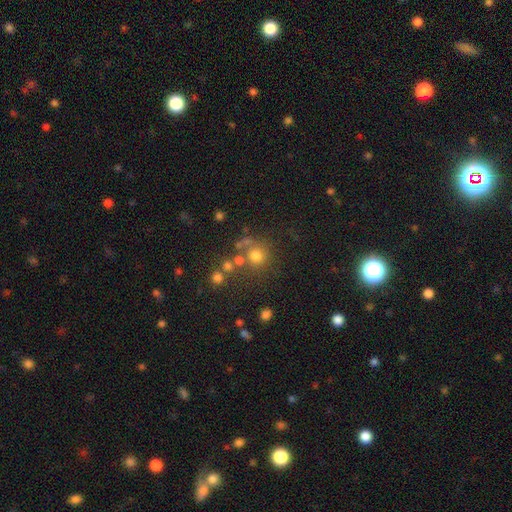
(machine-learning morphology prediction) Q: Smooth or featured?
A: smooth (69%); runner-up: star or artifact (19%)
Q: How rounded?
A: round (90%); runner-up: in between (9%)
Q: Merging?
A: none (64%); runner-up: merger (18%)